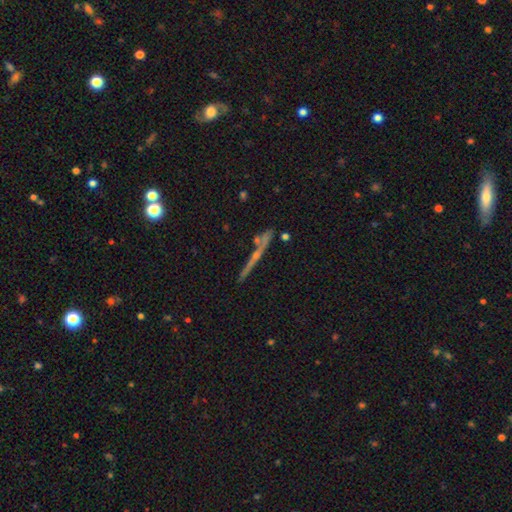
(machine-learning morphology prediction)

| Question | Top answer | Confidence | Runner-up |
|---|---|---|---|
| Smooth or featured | featured or disk | 59% | smooth (28%) |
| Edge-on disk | yes | 93% | no (7%) |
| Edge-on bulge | none | 63% | rounded (30%) |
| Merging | none | 76% | minor disturbance (12%) |